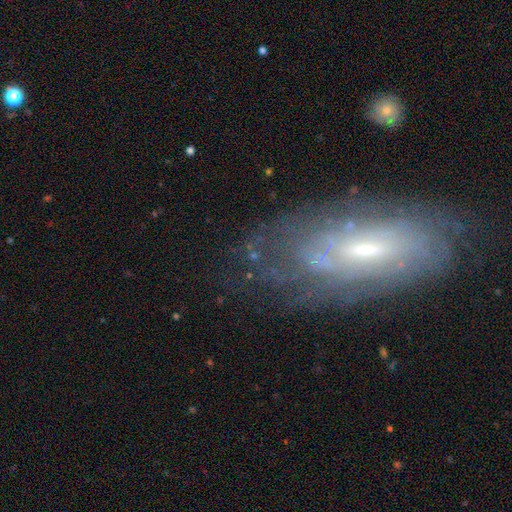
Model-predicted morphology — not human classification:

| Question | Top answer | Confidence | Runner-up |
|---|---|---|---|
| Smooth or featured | featured or disk | 69% | smooth (21%) |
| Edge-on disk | no | 83% | yes (17%) |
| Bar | weak | 43% | no (41%) |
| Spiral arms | yes | 70% | no (30%) |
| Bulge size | small | 51% | moderate (37%) |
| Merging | none | 67% | minor disturbance (19%) |